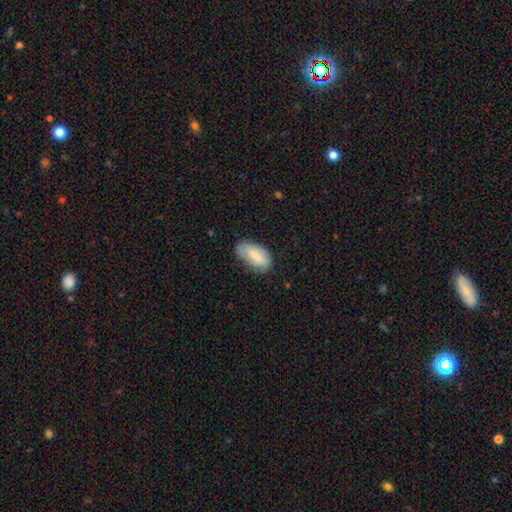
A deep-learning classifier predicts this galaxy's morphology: The model was most divided on "merging": none: 72%, minor disturbance: 23%, major disturbance: 5%, merger: 1%. More confident: how rounded — in between (93%); smooth or featured — smooth (79%).